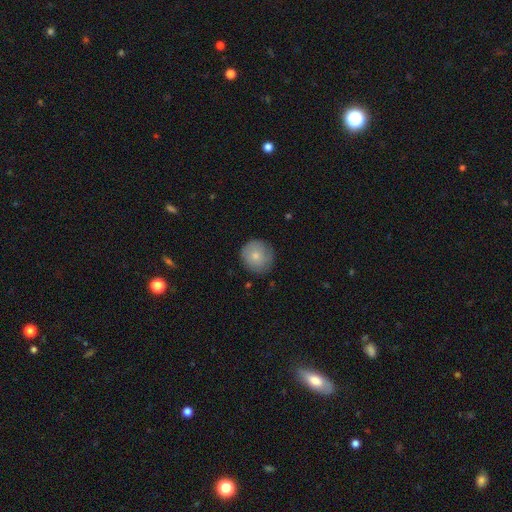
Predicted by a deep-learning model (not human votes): Overall: smooth (77%). How rounded: round (92%). Merging: none (81%).